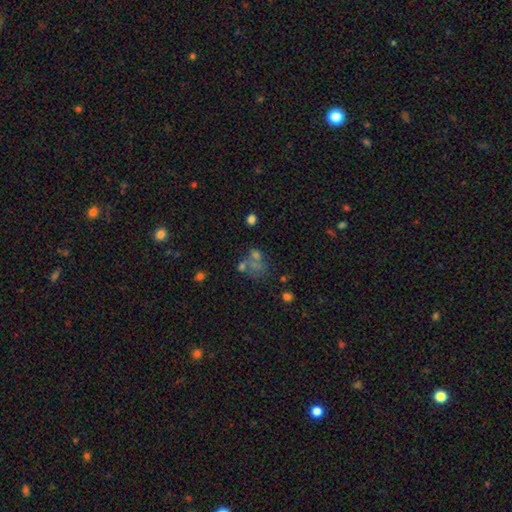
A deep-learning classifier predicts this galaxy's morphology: This appears to be a smooth galaxy with no disk features (48%). Merging: merger (38%).